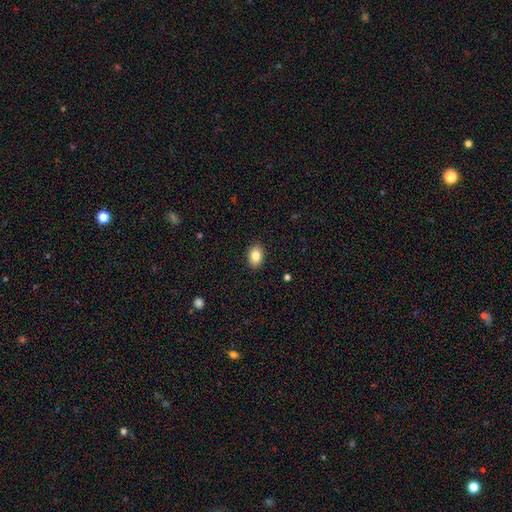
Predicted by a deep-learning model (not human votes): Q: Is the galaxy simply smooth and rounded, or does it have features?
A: smooth — 84%.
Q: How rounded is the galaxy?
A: in between — 80%.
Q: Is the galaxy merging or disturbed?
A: none — 90%.